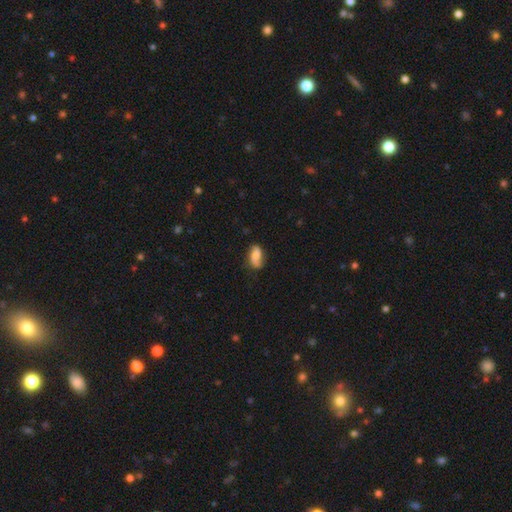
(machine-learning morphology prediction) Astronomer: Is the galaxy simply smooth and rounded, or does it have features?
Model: smooth — 53% (runner-up: featured or disk, 38%).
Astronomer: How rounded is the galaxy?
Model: in between — 87%.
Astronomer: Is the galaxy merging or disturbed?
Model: none — 66%.